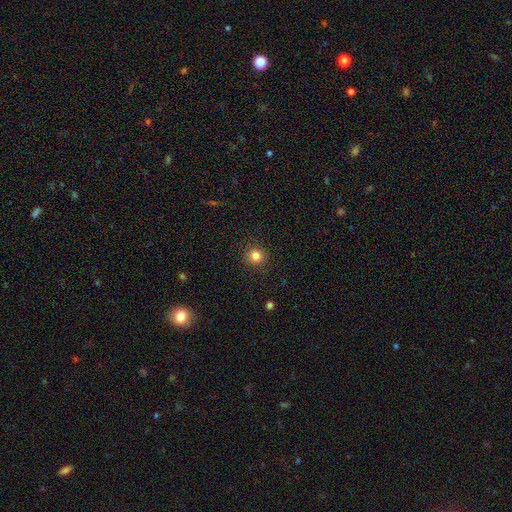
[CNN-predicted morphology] A smooth galaxy with no disk features (82%) that is round (91%).

Vote fractions:
- Smooth or featured? smooth: 82% / star or artifact: 13% / featured or disk: 6%
- How rounded? round: 91% / in between: 8% / cigar-shaped: 1%
- Merging? none: 91% / minor disturbance: 6% / major disturbance: 2% / merger: 1%